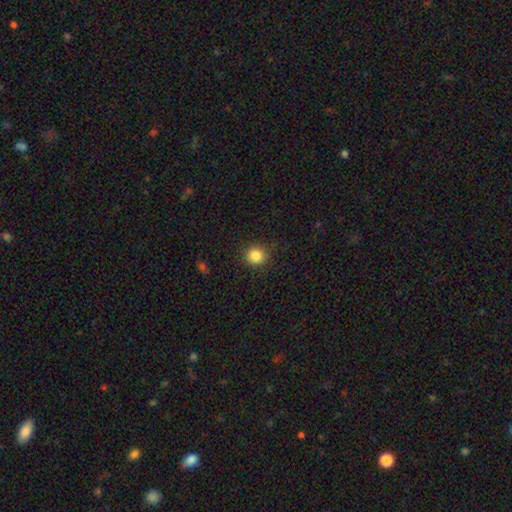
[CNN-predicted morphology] type=smooth (85%); roundness=round (90%); merging=none (90%).